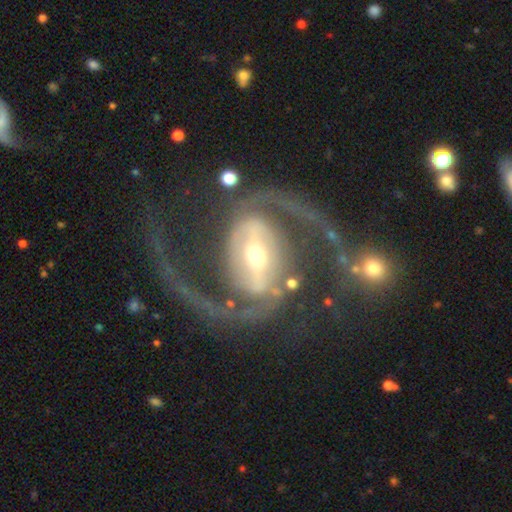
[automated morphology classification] Smooth or featured: featured or disk — 92% (star or artifact — 4%)
Edge-on disk: no — 98% (yes — 2%)
Bar: strong — 59% (weak — 30%)
Spiral arms: yes — 98% (no — 2%)
Spiral winding: medium — 52% (loose — 35%)
Spiral arm count: 2 — 94% (can't tell — 1%)
Bulge size: moderate — 51% (small — 40%)
Merging: none — 63% (major disturbance — 17%)